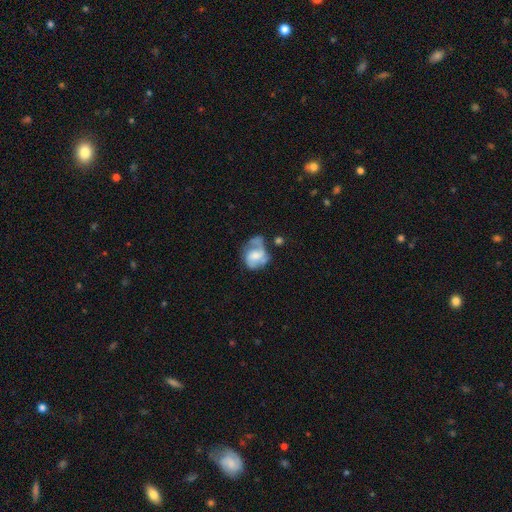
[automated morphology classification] A featured or disk galaxy (66%) with no bar (56%), 2 (56%) medium (47%) spiral arms (82%) and a moderate central bulge (43%). Merging: none (36%).